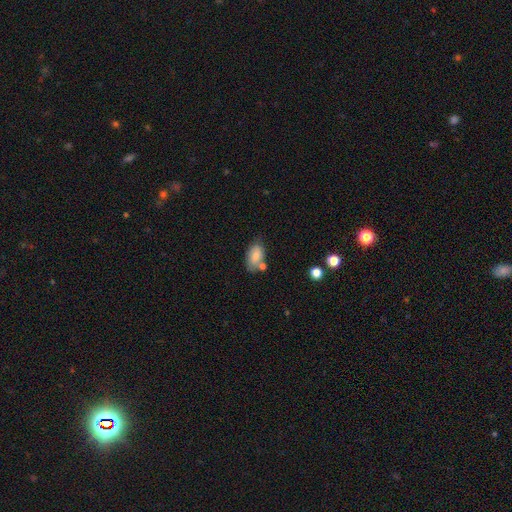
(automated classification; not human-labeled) Overall: smooth (80%). How rounded: in between (91%). Merging: none (60%; minor disturbance 21%).